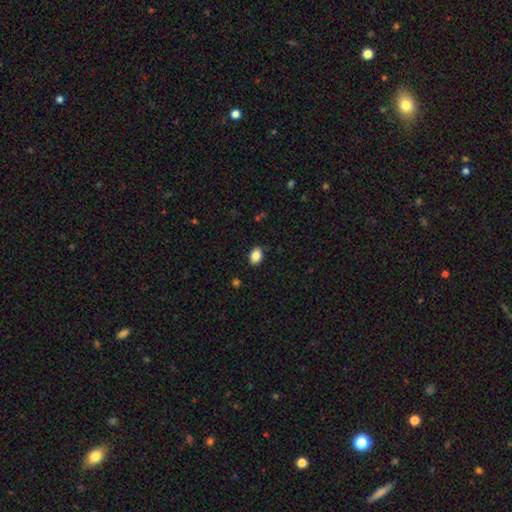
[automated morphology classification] This appears to be a smooth galaxy with no disk features (86%) that is in between round and cigar-shaped (80%). Merging: none (86%).